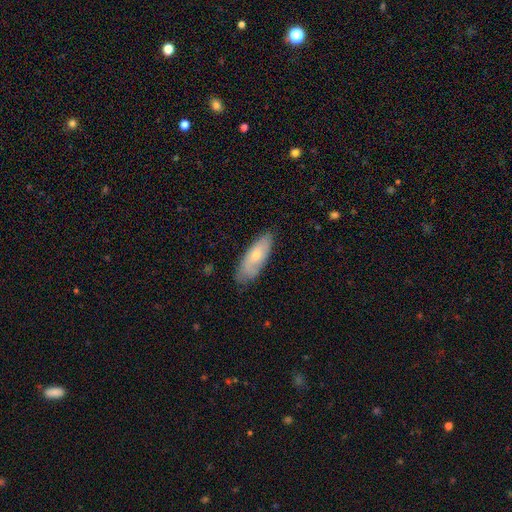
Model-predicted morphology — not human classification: smooth-or-featured: smooth: 64% | featured or disk: 30% | star or artifact: 6%
  how-rounded: in between: 65% | cigar-shaped: 33% | round: 2%
  merging: none: 77% | minor disturbance: 19% | major disturbance: 3% | merger: 1%